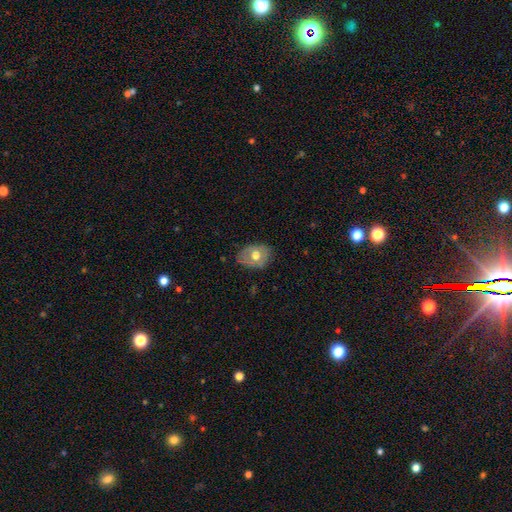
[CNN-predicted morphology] type=smooth (55%); roundness=in between (62%); merging=none (71%).